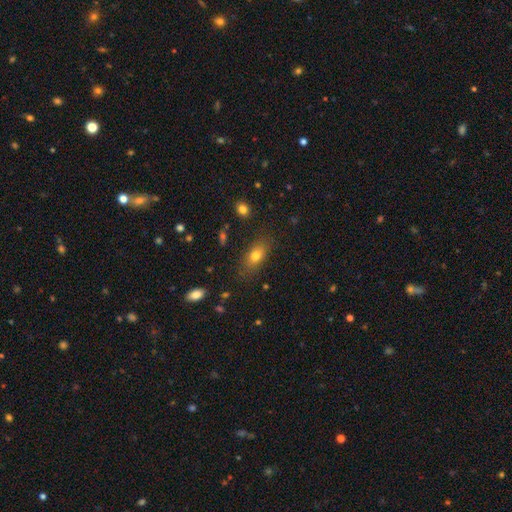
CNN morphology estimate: Smooth or featured?
  - smooth: 76% *
  - featured or disk: 13%
  - star or artifact: 11%
How rounded?
  - in between: 78% *
  - round: 11%
  - cigar-shaped: 11%
Merging?
  - none: 79% *
  - minor disturbance: 14%
  - major disturbance: 5%
  - merger: 2%